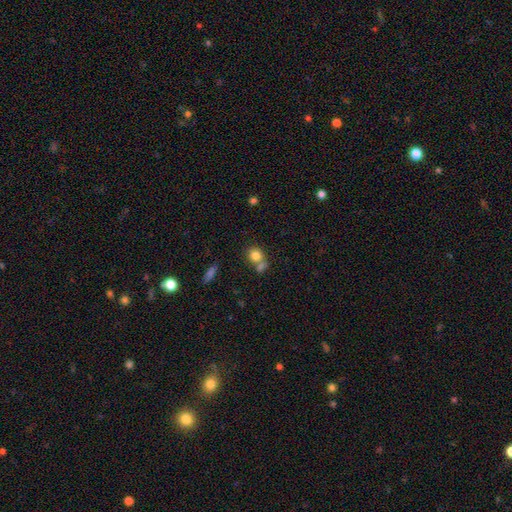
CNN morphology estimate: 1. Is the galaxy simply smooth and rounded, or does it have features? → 80% smooth, 10% star or artifact, 10% featured or disk.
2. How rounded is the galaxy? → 77% round, 22% in between, 1% cigar-shaped.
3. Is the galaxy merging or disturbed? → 50% none, 36% merger, 10% minor disturbance, 4% major disturbance.